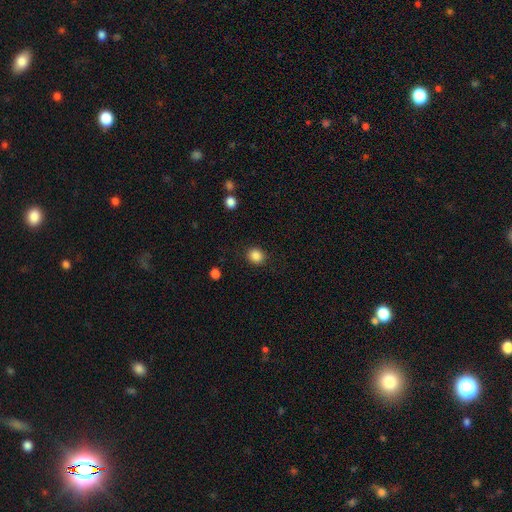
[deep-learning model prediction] A smooth galaxy with no disk features (87%) that is round (78%). Merging: none (89%).